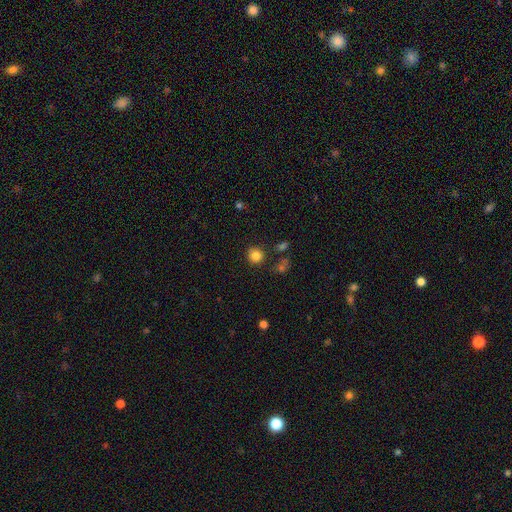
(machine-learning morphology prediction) Overall: smooth (84%). How rounded: round (90%). Merging: none (82%).